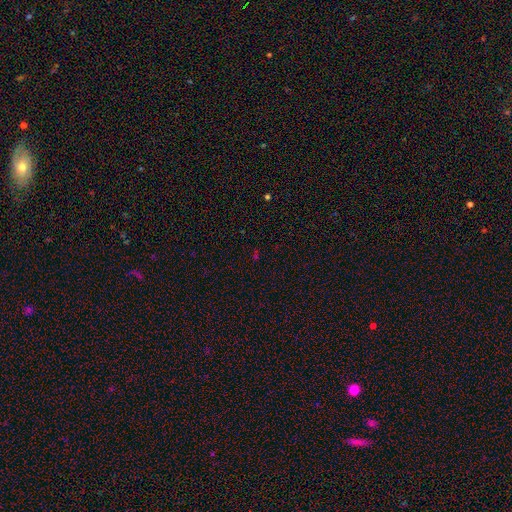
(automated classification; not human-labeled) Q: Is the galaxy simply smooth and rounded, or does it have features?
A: star or artifact — 63%.